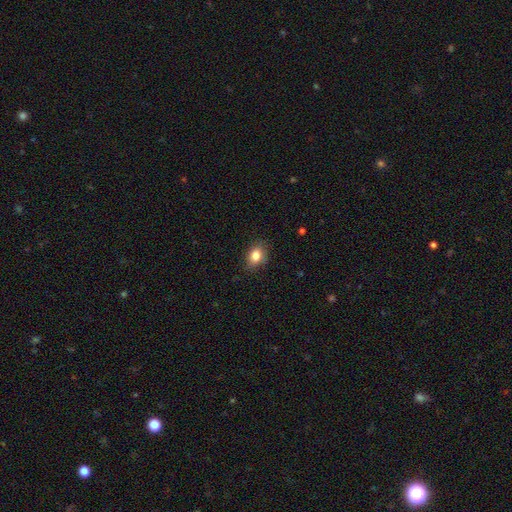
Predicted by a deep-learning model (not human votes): A smooth galaxy with no disk features (84%) that is in between round and cigar-shaped (71%). Merging: none (79%).